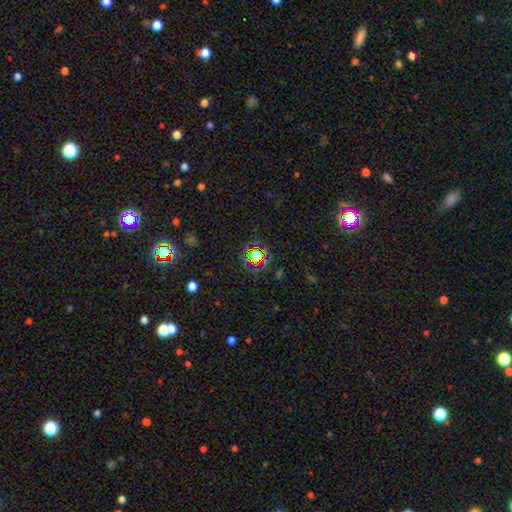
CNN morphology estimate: This appears to be a star or artifact, not a galaxy (63%).